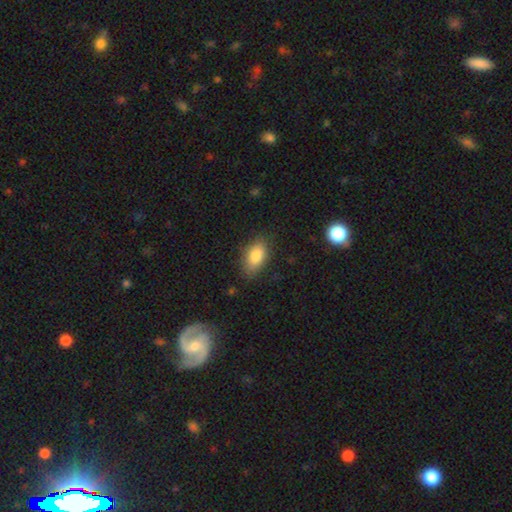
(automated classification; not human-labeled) Overall: smooth (84%). How rounded: in between (90%). Merging: none (79%).